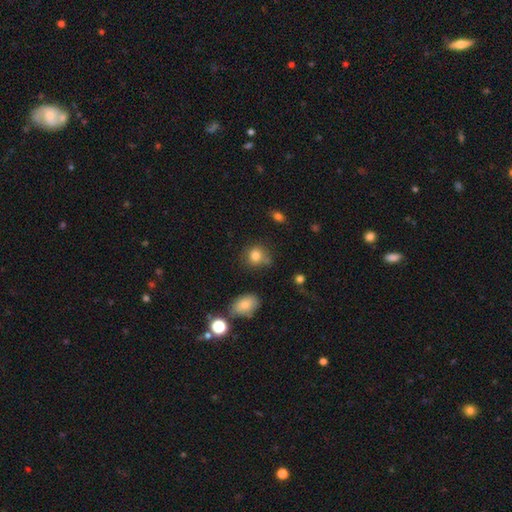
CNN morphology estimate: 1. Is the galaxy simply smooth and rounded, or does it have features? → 80% smooth, 12% star or artifact, 8% featured or disk.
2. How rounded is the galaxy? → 74% round, 25% in between, 1% cigar-shaped.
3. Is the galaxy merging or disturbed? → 62% none, 23% minor disturbance, 8% merger, 7% major disturbance.